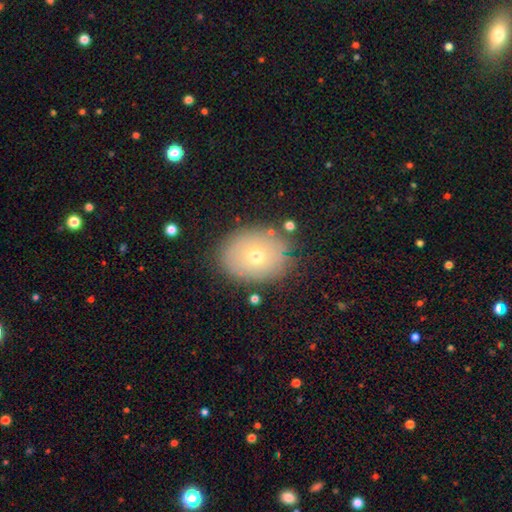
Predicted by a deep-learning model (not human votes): This is likely a smooth galaxy (63%). How rounded: possibly in between (54%). Merging: clearly none (81%).